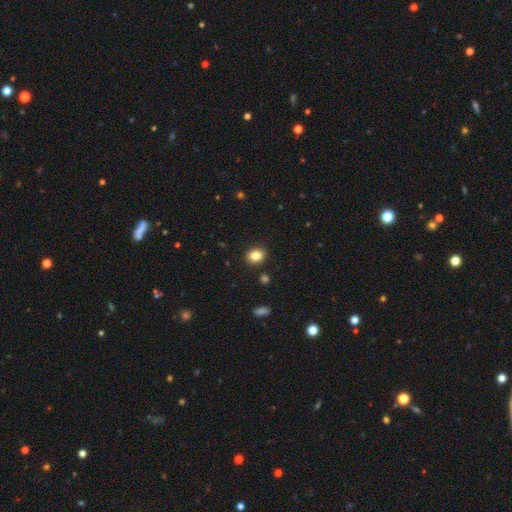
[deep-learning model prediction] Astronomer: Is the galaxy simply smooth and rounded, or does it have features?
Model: smooth — 84%.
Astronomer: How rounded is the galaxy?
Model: round — 57% (runner-up: in between, 42%).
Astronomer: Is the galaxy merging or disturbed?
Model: none — 89%.